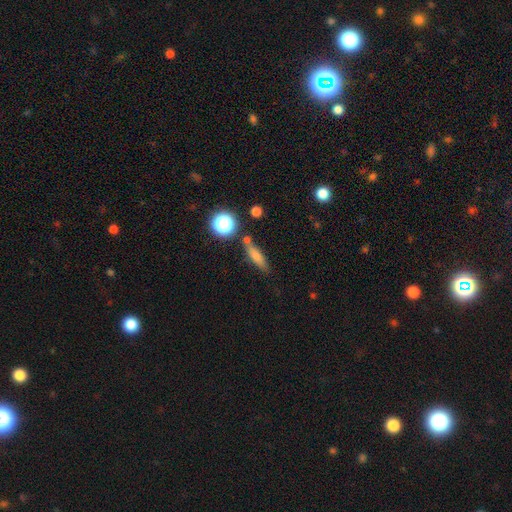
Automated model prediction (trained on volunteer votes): Smooth or featured? Predicted: smooth (p=0.69). How rounded? Predicted: cigar-shaped (p=0.63). Merging? Predicted: none (p=0.72).